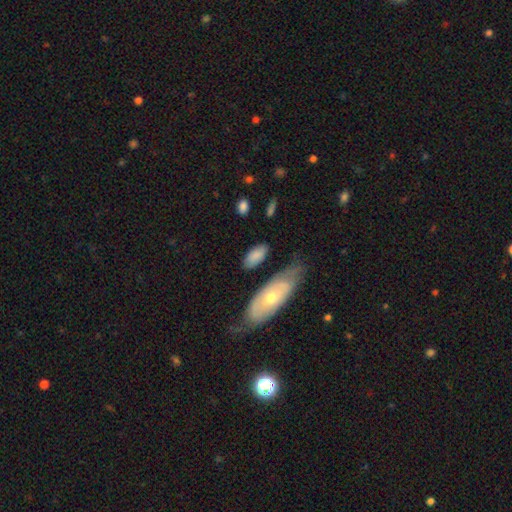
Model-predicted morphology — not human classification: A smooth galaxy with no disk features (78%) that is in between round and cigar-shaped (90%).

Vote fractions:
- Smooth or featured? smooth: 78% / featured or disk: 15% / star or artifact: 6%
- How rounded? in between: 90% / cigar-shaped: 7% / round: 3%
- Merging? none: 68% / minor disturbance: 20% / major disturbance: 6% / merger: 6%